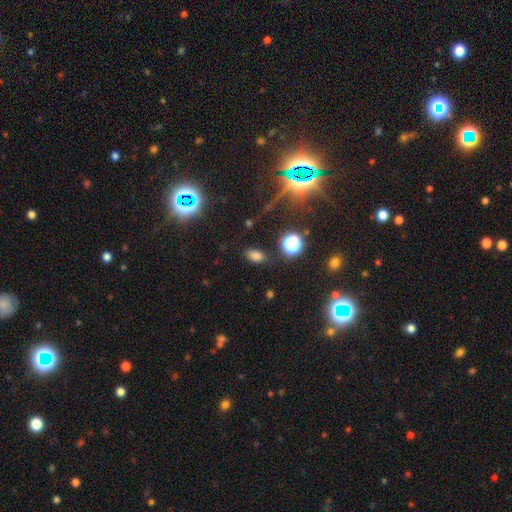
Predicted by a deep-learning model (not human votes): Morphology: type=smooth (73%); roundness=in between (86%); merging=none (83%).